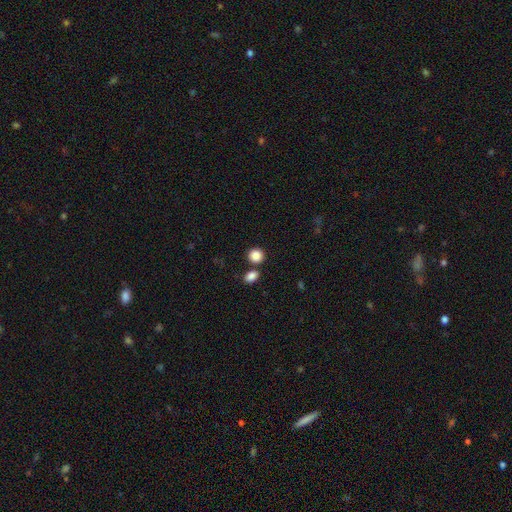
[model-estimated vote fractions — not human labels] Smooth or featured? smooth (87%)
How rounded? round (79%)
Merging? none (73%)